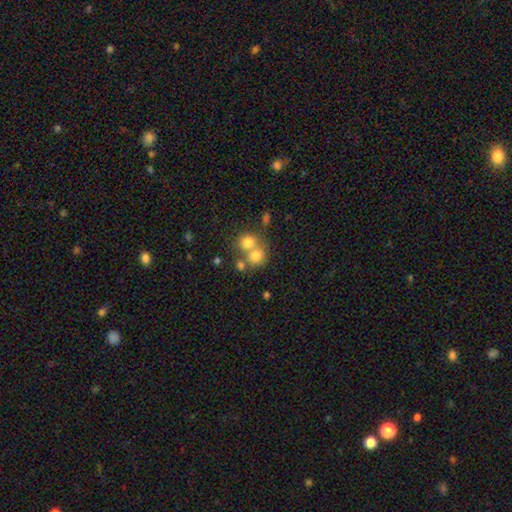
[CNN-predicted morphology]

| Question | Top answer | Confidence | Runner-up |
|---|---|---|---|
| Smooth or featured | smooth | 73% | featured or disk (15%) |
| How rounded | round | 76% | in between (23%) |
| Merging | merger | 51% | none (38%) |